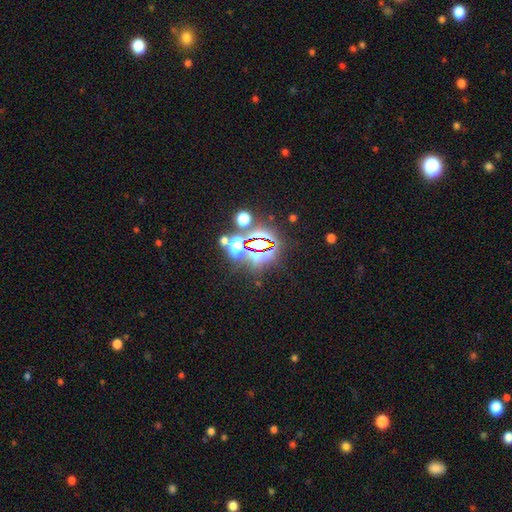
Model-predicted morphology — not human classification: smooth_or_featured: star or artifact (p=0.80) [alt: smooth p=0.11]